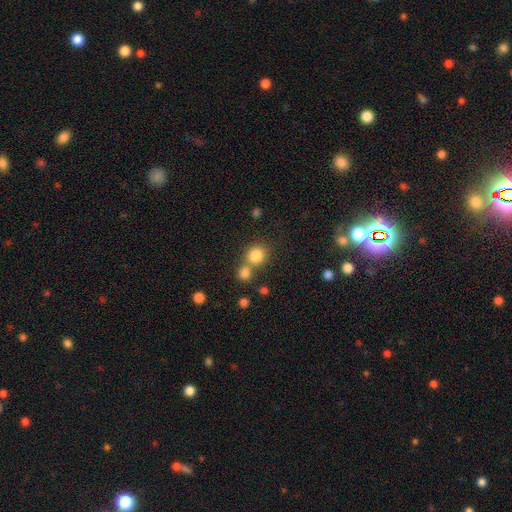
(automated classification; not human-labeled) This appears to be a smooth galaxy with no disk features (82%) that is round (85%). Merging: none (55%).